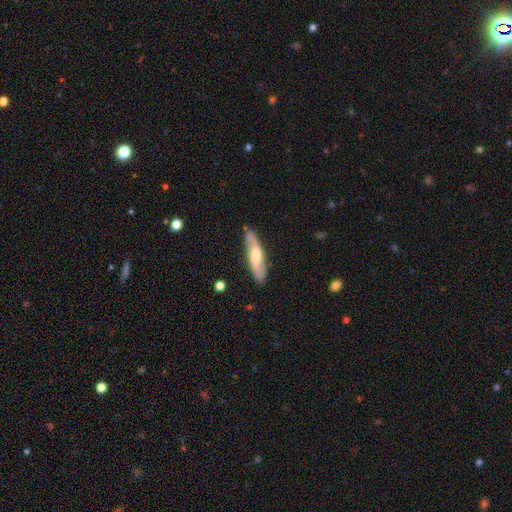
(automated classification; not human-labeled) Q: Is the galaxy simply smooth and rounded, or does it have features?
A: featured or disk — 61%.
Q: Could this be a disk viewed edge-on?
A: no — 67%.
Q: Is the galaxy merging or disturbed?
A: none — 84%.